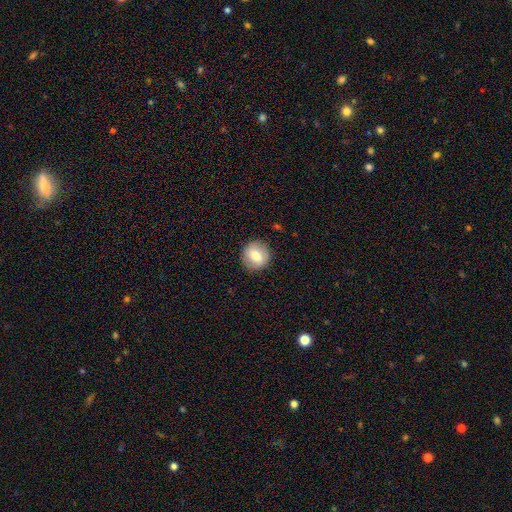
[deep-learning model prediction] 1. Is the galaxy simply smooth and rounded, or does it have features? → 69% smooth, 23% featured or disk, 8% star or artifact.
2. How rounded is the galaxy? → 92% round, 7% in between, 1% cigar-shaped.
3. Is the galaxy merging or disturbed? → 88% none, 8% minor disturbance, 2% major disturbance, 1% merger.